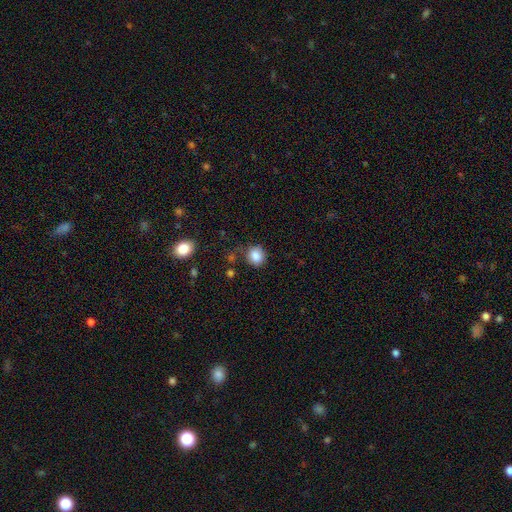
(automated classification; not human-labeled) Q: Smooth or featured?
A: smooth (86%); runner-up: star or artifact (10%)
Q: How rounded?
A: round (80%); runner-up: in between (19%)
Q: Merging?
A: none (78%); runner-up: minor disturbance (15%)